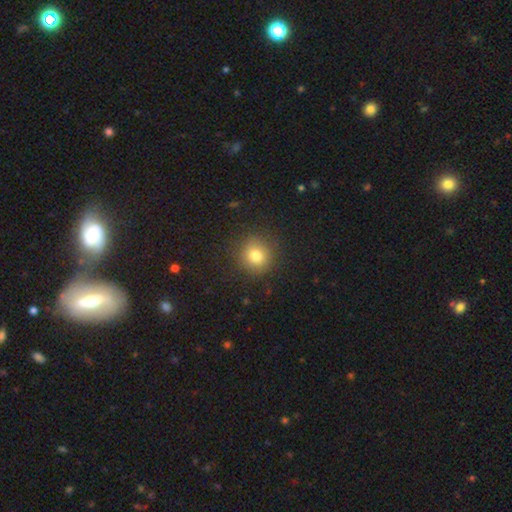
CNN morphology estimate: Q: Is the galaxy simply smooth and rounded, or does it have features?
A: smooth — 78%.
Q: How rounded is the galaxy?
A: round — 91%.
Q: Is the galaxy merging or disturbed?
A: none — 88%.